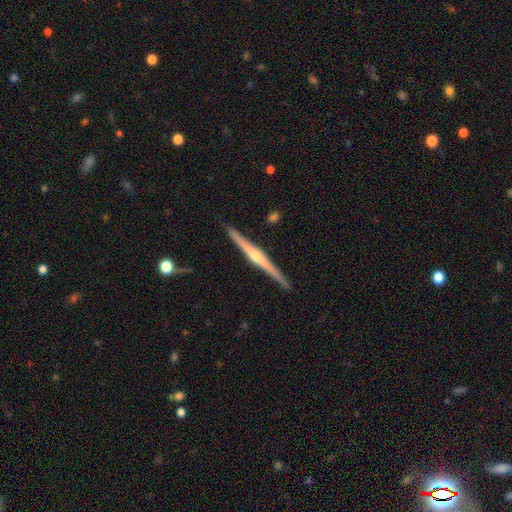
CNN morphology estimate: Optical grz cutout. It shows a featured or disk galaxy (83%) viewed edge-on (99%) with a rounded central bulge (80%). Merging: none (92%).